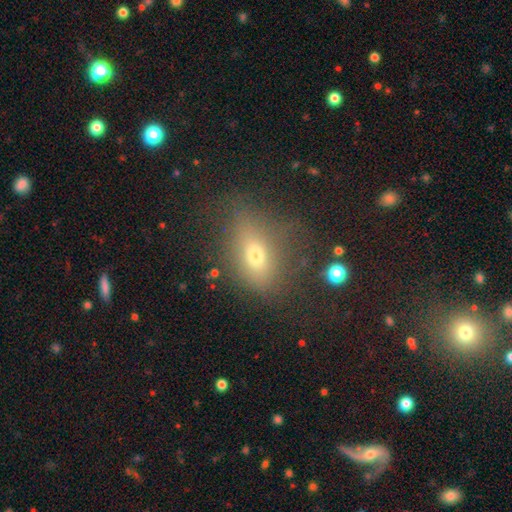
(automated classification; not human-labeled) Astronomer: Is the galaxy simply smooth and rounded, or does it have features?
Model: smooth — 64%.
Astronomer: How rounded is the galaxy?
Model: in between — 71%.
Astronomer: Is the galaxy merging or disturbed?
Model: none — 57%.